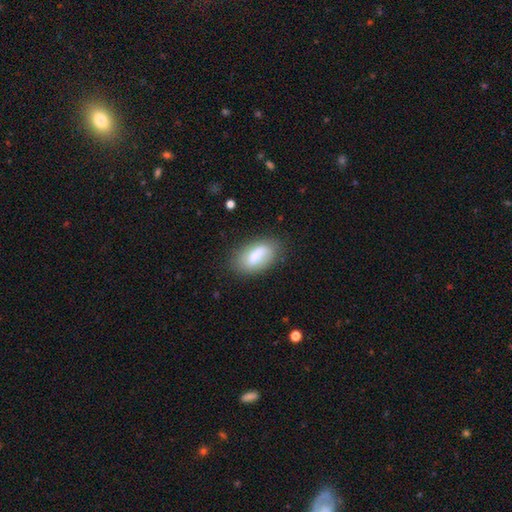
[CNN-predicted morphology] A smooth galaxy with no disk features (60%) that is in between round and cigar-shaped (90%).

Vote fractions:
- Smooth or featured? smooth: 60% / featured or disk: 32% / star or artifact: 8%
- How rounded? in between: 90% / round: 6% / cigar-shaped: 4%
- Merging? none: 74% / minor disturbance: 18% / major disturbance: 6% / merger: 2%